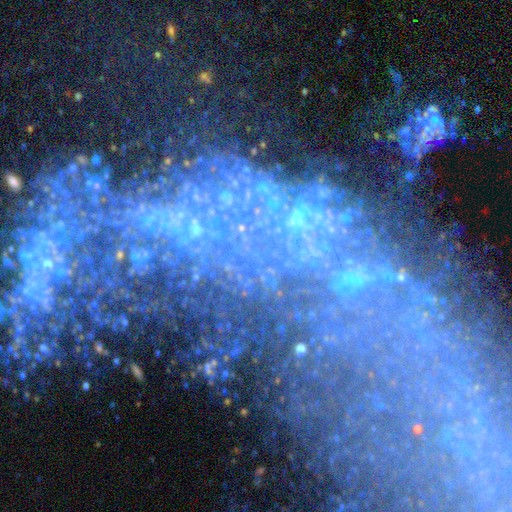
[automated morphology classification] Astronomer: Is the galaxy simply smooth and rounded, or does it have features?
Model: star or artifact — 53% (runner-up: featured or disk, 33%).